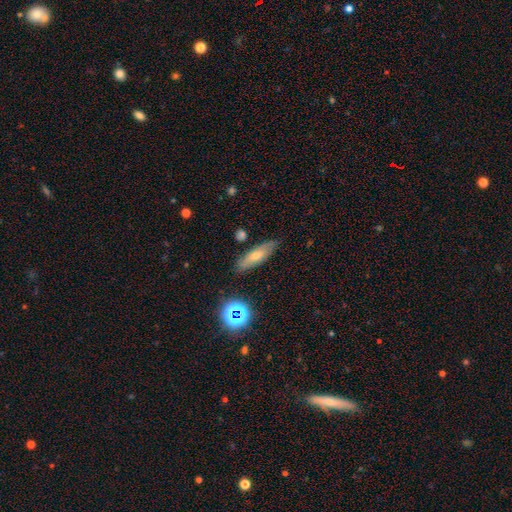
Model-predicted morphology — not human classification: smooth-or-featured: smooth: 52% | featured or disk: 35% | star or artifact: 13%
  how-rounded: cigar-shaped: 53% | in between: 42% | round: 5%
  merging: none: 83% | minor disturbance: 12% | major disturbance: 3% | merger: 2%